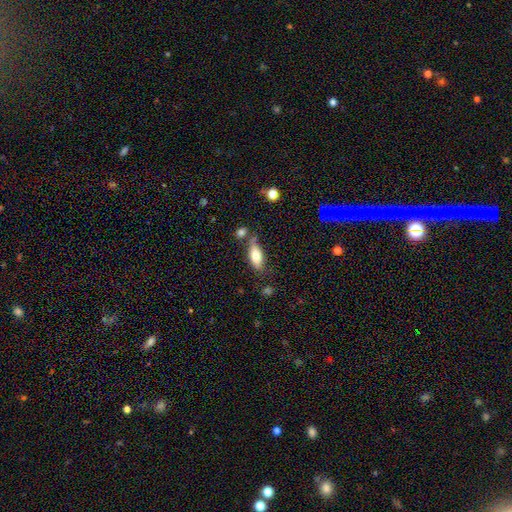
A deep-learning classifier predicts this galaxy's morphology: Q: Smooth or featured?
A: smooth (73%); runner-up: featured or disk (20%)
Q: How rounded?
A: in between (78%); runner-up: cigar-shaped (20%)
Q: Merging?
A: none (58%); runner-up: minor disturbance (21%)